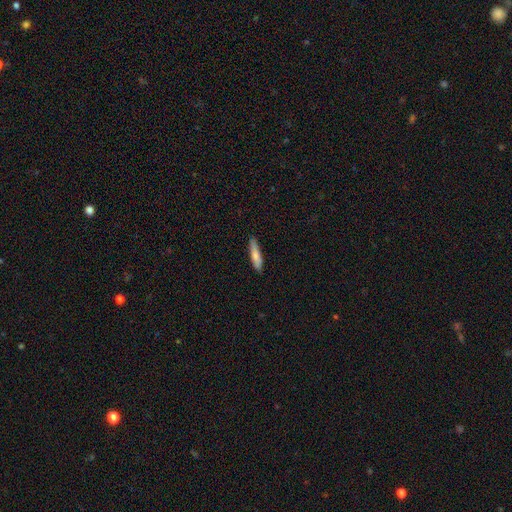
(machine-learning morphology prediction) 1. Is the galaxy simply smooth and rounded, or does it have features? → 76% smooth, 18% featured or disk, 6% star or artifact.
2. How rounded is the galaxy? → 80% cigar-shaped, 18% in between, 1% round.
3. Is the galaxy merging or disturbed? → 87% none, 10% minor disturbance, 2% major disturbance, 1% merger.